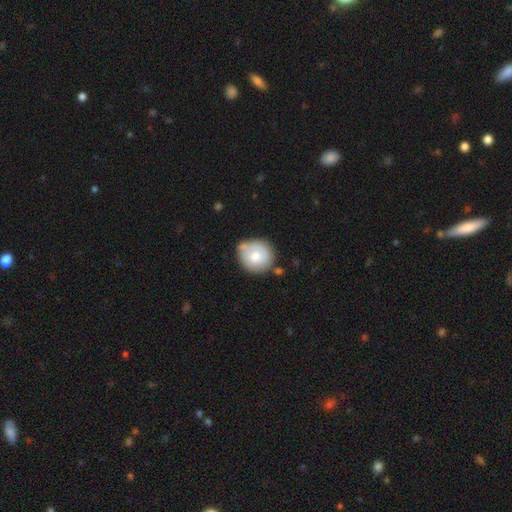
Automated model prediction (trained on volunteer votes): smooth 71%, featured or disk 22%, star or artifact 7%. Down the decision tree: how rounded — round (88%); merging — none (63%).